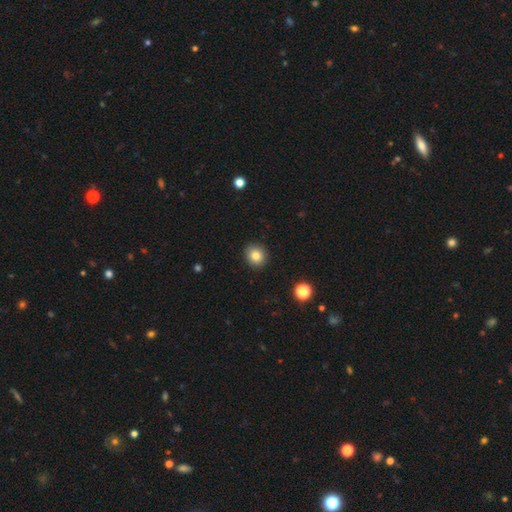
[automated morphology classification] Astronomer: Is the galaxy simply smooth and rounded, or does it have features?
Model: smooth — 82%.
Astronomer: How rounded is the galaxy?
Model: round — 81%.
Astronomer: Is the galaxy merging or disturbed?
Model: none — 91%.